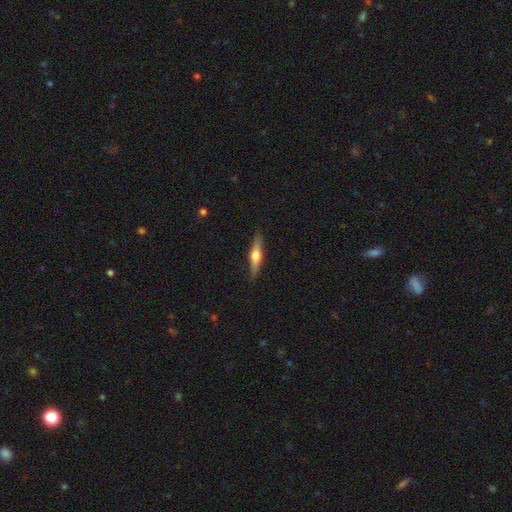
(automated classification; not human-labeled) The model was most divided on "smooth or featured": featured or disk: 59%, smooth: 35%, star or artifact: 6%. More confident: edge-on disk — yes (96%); edge-on bulge — rounded (93%); merging — none (88%).